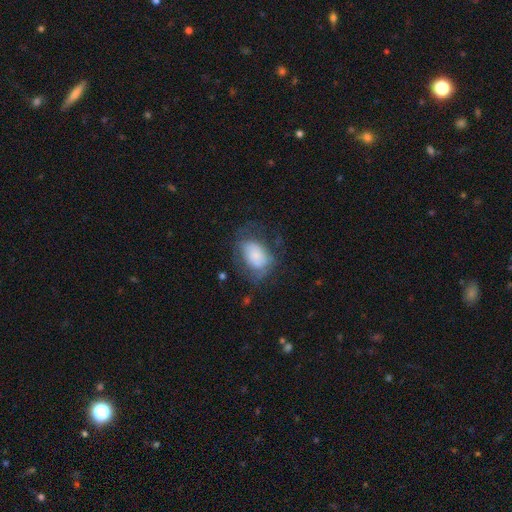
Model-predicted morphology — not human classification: This appears to be a smooth galaxy with no disk features (63%) that is in between round and cigar-shaped (83%). Merging: none (40%).